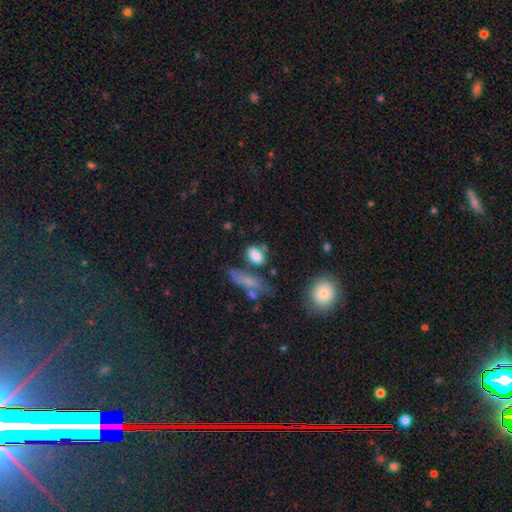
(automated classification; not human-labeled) Smooth or featured? smooth (81%)
How rounded? in between (79%)
Merging? none (58%)